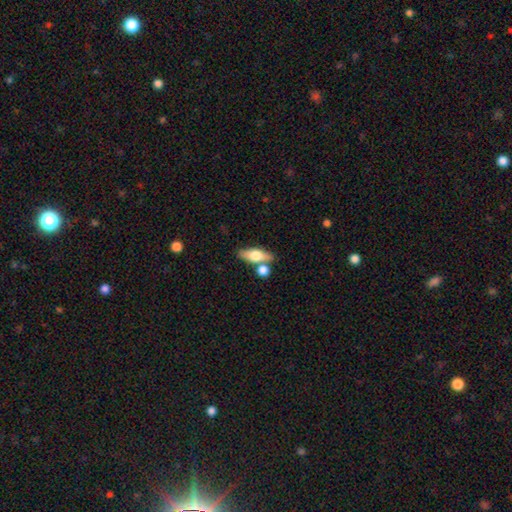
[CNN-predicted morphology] Overall: smooth (61%; featured or disk 33%). How rounded: in between (63%; cigar-shaped 31%). Merging: none (65%).